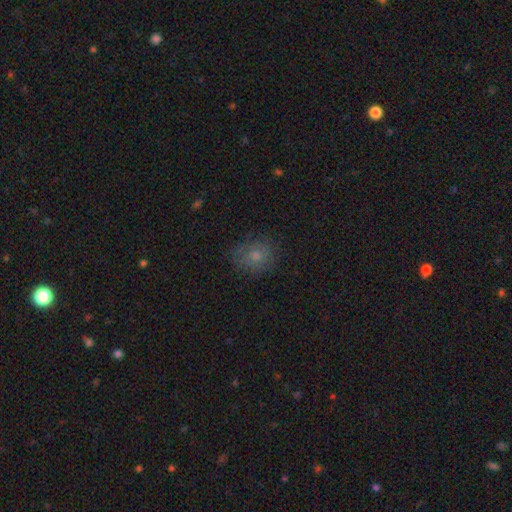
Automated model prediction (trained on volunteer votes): Overall: smooth (68%). How rounded: round (73%). Merging: none (74%).